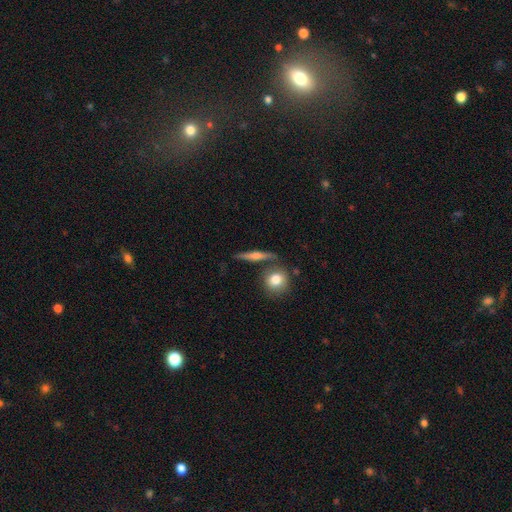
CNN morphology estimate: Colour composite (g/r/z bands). It shows a featured or disk galaxy (58%) viewed edge-on (94%) with a rounded central bulge (79%). Merging: none (78%).